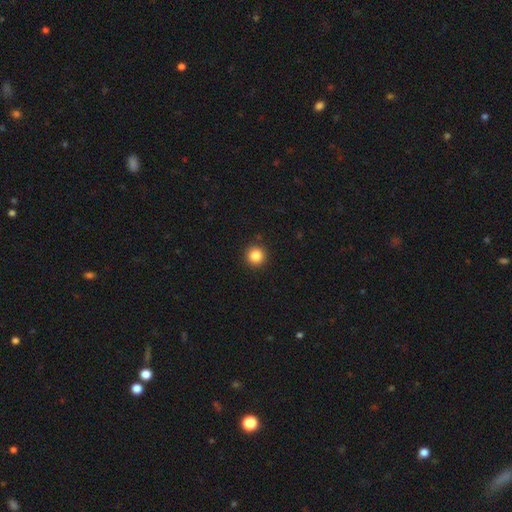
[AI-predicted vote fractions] smooth_or_featured: smooth (p=0.85) [alt: star or artifact p=0.11]
how_rounded: round (p=0.95) [alt: in between p=0.04]
merging: none (p=0.92) [alt: minor disturbance p=0.05]